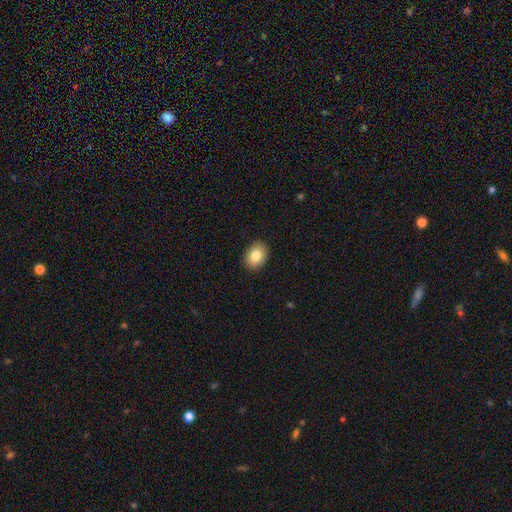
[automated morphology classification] The model was most divided on "how rounded": in between: 71%, round: 28%, cigar-shaped: 1%. More confident: merging — none (90%); smooth or featured — smooth (83%).